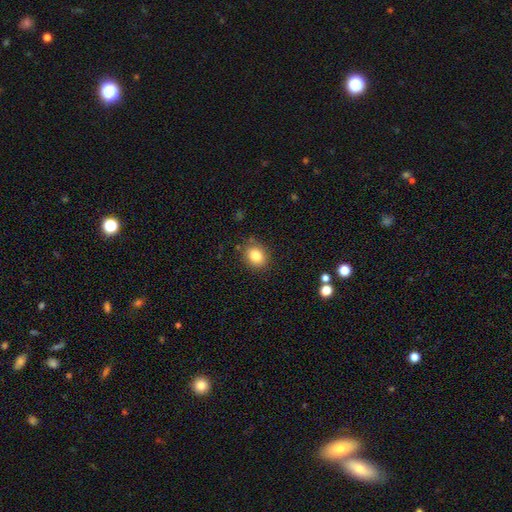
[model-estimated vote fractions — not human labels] smooth_or_featured: smooth (p=0.83) [alt: star or artifact p=0.10]
how_rounded: round (p=0.61) [alt: in between p=0.38]
merging: none (p=0.84) [alt: minor disturbance p=0.11]